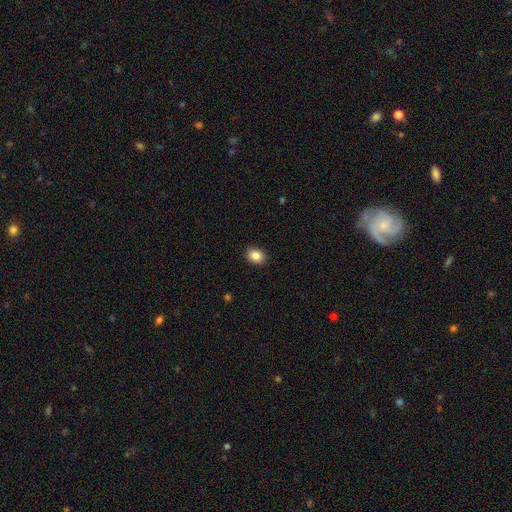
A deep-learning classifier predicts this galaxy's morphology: smooth-or-featured: smooth: 86% | star or artifact: 9% | featured or disk: 5%
  how-rounded: in between: 60% | round: 39% | cigar-shaped: 1%
  merging: none: 90% | minor disturbance: 7% | major disturbance: 2% | merger: 1%